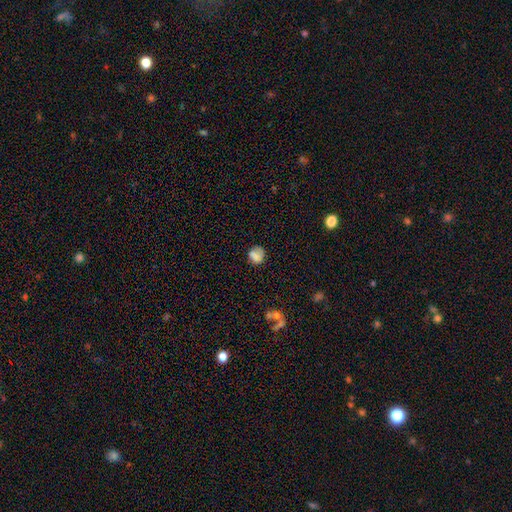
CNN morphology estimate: This appears to be a smooth galaxy with no disk features (77%) that is round (76%). Merging: none (65%).